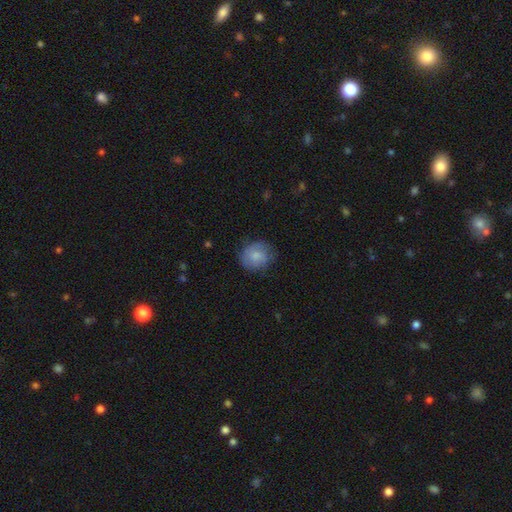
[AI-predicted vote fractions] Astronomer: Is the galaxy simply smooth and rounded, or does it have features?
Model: smooth — 68%.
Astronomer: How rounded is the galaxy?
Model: round — 75%.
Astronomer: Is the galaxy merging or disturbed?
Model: none — 72%.